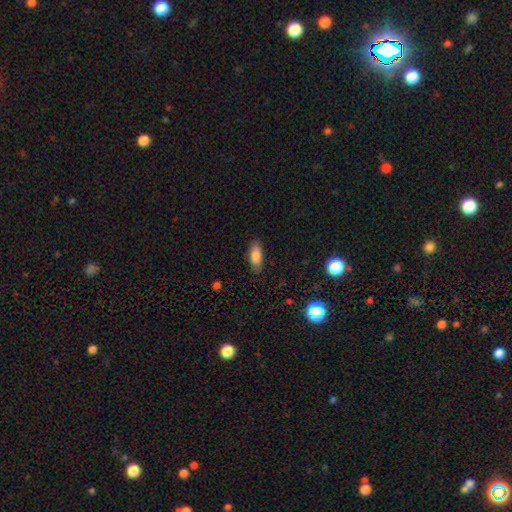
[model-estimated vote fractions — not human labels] Smooth or featured? Predicted: smooth (p=0.81). How rounded? Predicted: in between (p=0.73). Merging? Predicted: none (p=0.86).